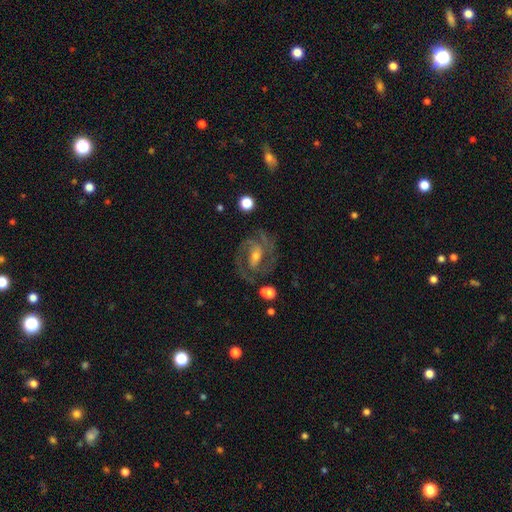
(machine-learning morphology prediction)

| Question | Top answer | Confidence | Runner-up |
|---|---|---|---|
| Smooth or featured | featured or disk | 88% | star or artifact (6%) |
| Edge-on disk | no | 97% | yes (3%) |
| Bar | weak | 43% | strong (30%) |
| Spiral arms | yes | 96% | no (4%) |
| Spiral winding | medium | 50% | tight (41%) |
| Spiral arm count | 2 | 64% | 3 (18%) |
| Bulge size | small | 48% | moderate (44%) |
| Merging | none | 74% | minor disturbance (14%) |